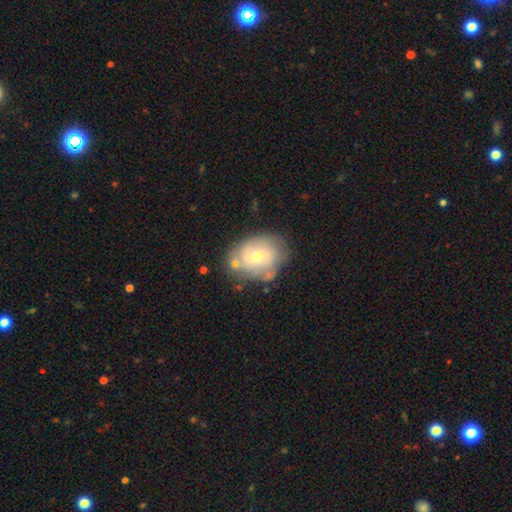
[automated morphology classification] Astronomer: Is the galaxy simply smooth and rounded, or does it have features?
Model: featured or disk — 58% (runner-up: smooth, 34%).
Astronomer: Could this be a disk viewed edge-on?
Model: no — 96%.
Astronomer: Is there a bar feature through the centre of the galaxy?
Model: no — 72%.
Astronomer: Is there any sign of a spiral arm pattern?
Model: yes — 69%.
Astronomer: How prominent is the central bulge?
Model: small — 50% (runner-up: moderate, 46%).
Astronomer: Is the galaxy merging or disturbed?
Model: none — 61%.